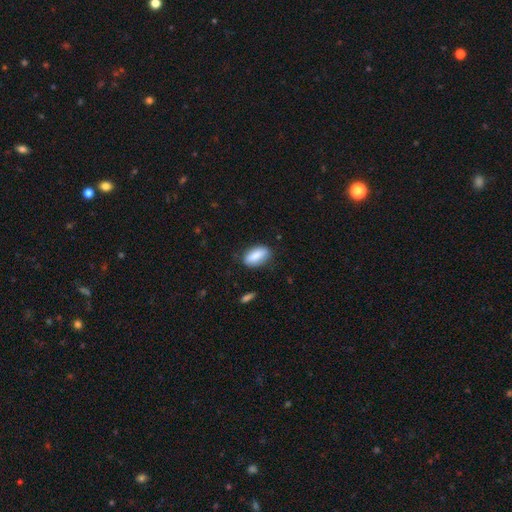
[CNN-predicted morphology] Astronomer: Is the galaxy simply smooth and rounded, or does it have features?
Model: smooth — 81%.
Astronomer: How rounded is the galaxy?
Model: in between — 84%.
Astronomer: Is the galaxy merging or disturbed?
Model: none — 79%.